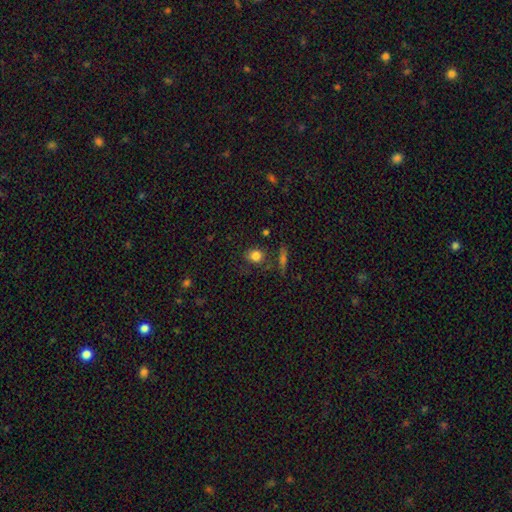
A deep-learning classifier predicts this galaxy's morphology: Overall: smooth (81%). How rounded: round (70%). Merging: none (74%).